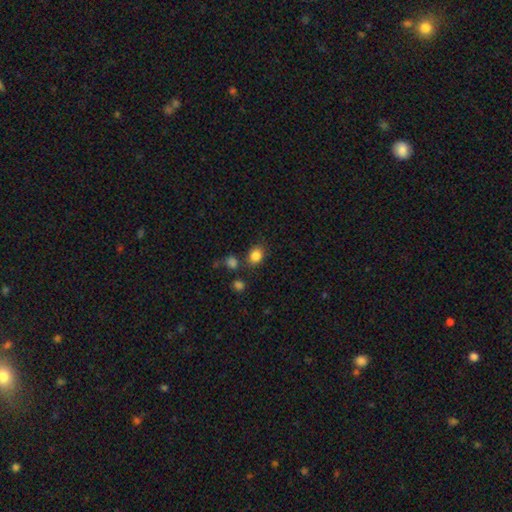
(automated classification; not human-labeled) smooth_or_featured: smooth (p=0.84) [alt: star or artifact p=0.11]
how_rounded: in between (p=0.50) [alt: round p=0.49]
merging: none (p=0.76) [alt: minor disturbance p=0.13]